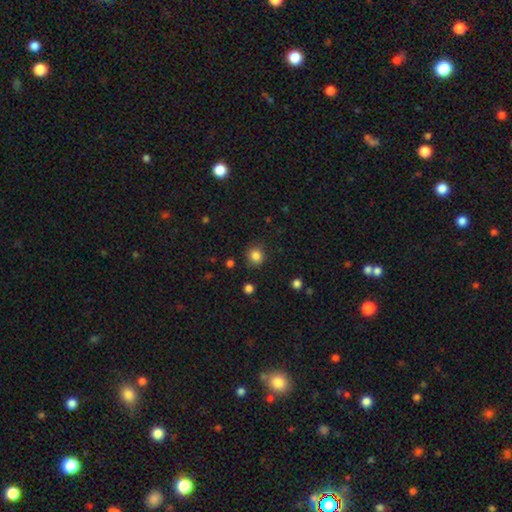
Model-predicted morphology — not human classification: Q: Smooth or featured?
A: smooth (84%); runner-up: star or artifact (12%)
Q: How rounded?
A: round (88%); runner-up: in between (11%)
Q: Merging?
A: none (86%); runner-up: minor disturbance (9%)